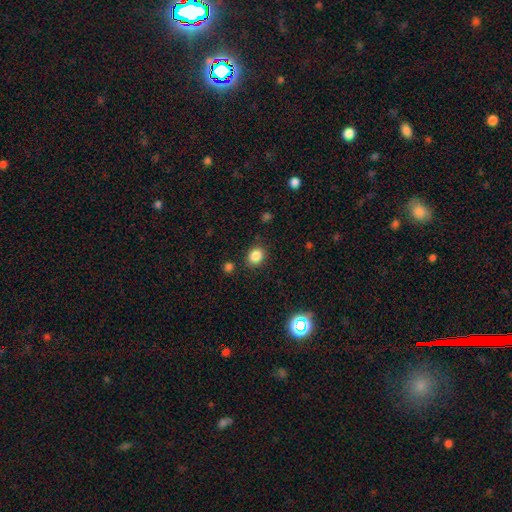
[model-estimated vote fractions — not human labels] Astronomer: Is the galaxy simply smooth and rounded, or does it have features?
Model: smooth — 84%.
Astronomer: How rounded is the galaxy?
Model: round — 58% (runner-up: in between, 41%).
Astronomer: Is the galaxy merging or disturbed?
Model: none — 85%.